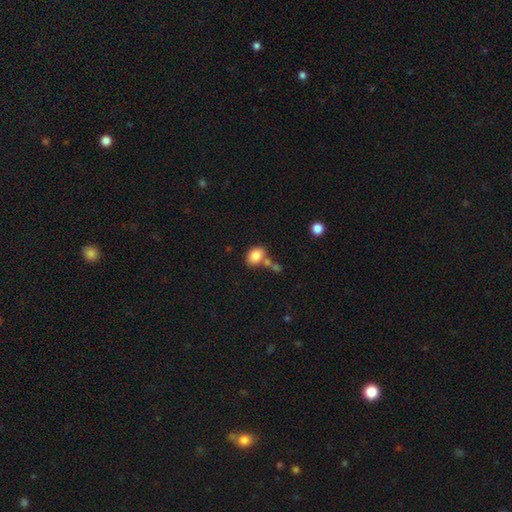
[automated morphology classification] A smooth galaxy with no disk features (84%) that is in between round and cigar-shaped (74%).

Vote fractions:
- Smooth or featured? smooth: 84% / star or artifact: 8% / featured or disk: 8%
- How rounded? in between: 74% / round: 25% / cigar-shaped: 1%
- Merging? none: 55% / merger: 25% / minor disturbance: 14% / major disturbance: 5%